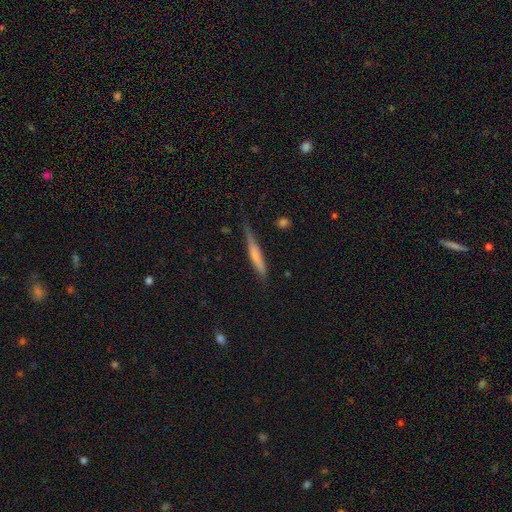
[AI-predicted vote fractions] Smooth or featured: smooth — 59% (featured or disk — 35%)
How rounded: cigar-shaped — 92% (in between — 7%)
Merging: none — 65% (minor disturbance — 26%)